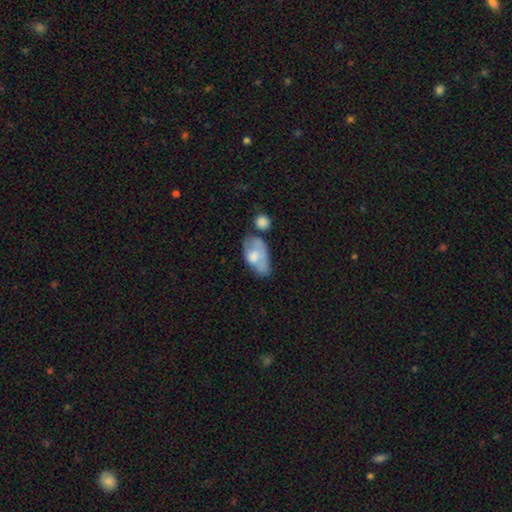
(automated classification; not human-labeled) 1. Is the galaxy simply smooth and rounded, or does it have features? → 62% smooth, 31% featured or disk, 7% star or artifact.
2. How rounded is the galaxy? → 92% in between, 5% round, 3% cigar-shaped.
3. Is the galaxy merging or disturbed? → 29% none (tied), 29% minor disturbance (tied), 21% major disturbance, 20% merger.